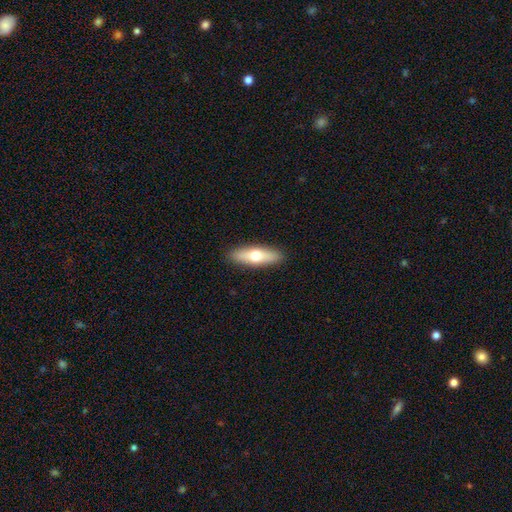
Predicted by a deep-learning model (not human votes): smooth_or_featured: smooth (p=0.60) [alt: featured or disk p=0.34]
how_rounded: cigar-shaped (p=0.54) [alt: in between p=0.44]
merging: none (p=0.90) [alt: minor disturbance p=0.07]